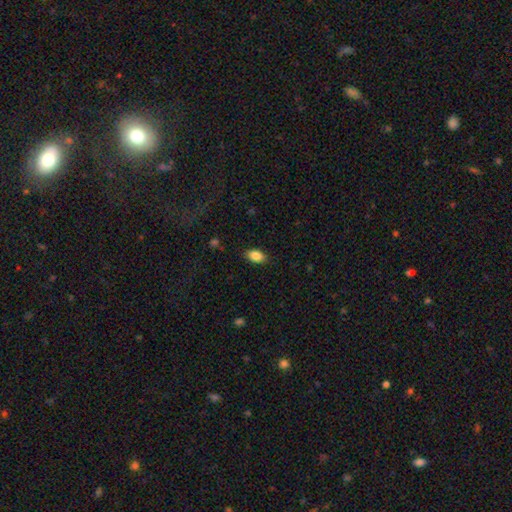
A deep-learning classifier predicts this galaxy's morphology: Smooth or featured: smooth — 87% (star or artifact — 8%)
How rounded: in between — 91% (round — 7%)
Merging: none — 86% (minor disturbance — 10%)